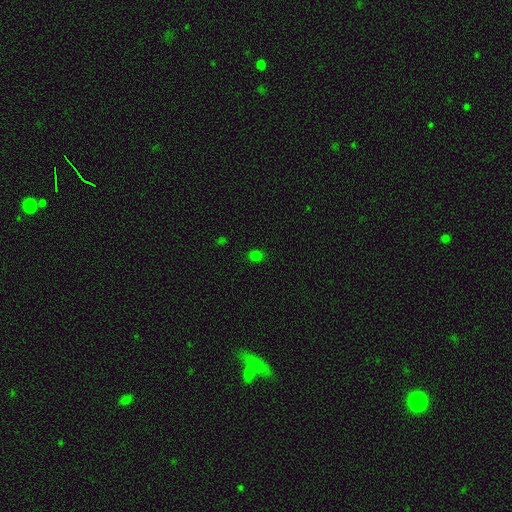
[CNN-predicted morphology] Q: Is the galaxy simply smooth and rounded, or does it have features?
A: smooth — 77%.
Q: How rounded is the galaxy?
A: round — 69%.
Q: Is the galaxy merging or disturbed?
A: none — 88%.